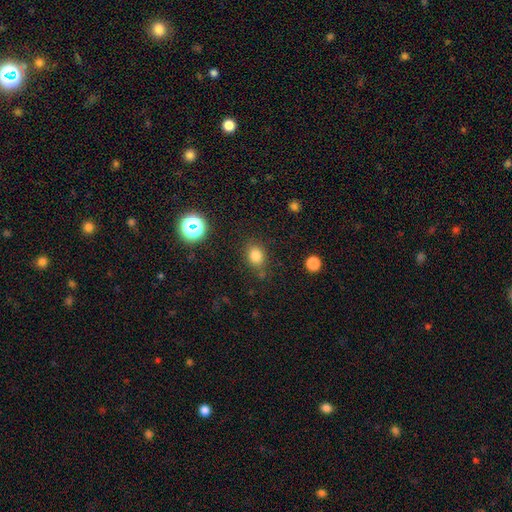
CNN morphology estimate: Smooth or featured?
  - smooth: 80% *
  - star or artifact: 14%
  - featured or disk: 6%
How rounded?
  - round: 52% *
  - in between: 46%
  - cigar-shaped: 1%
Merging?
  - none: 78% *
  - minor disturbance: 13%
  - major disturbance: 4%
  - merger: 4%